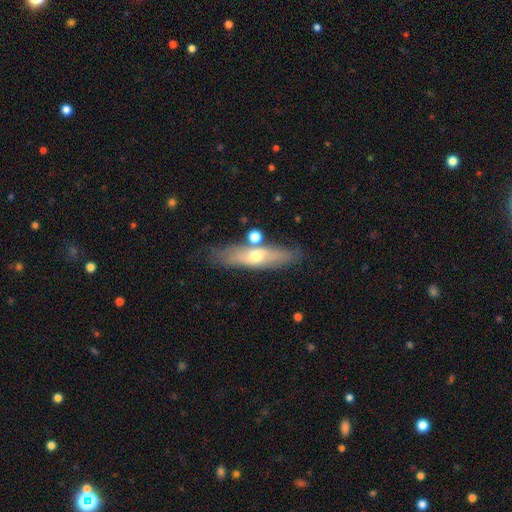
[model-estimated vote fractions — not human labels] A featured or disk galaxy (48%).

Vote fractions:
- Smooth or featured? featured or disk: 48% / smooth: 45% / star or artifact: 7%
- Merging? none: 73% / minor disturbance: 14% / merger: 9% / major disturbance: 4%